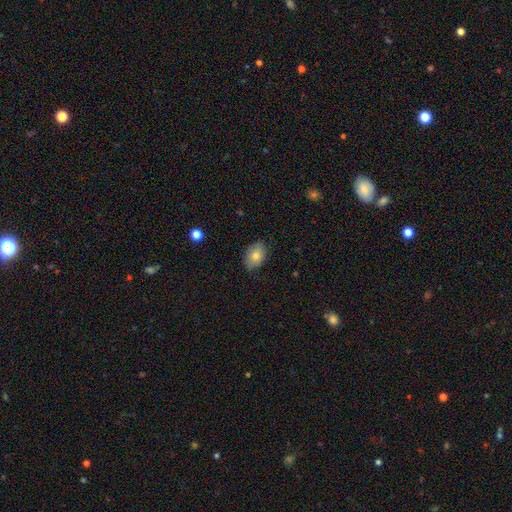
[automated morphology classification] Smooth or featured?
  - smooth: 77% *
  - featured or disk: 15%
  - star or artifact: 8%
How rounded?
  - in between: 85% *
  - round: 13%
  - cigar-shaped: 1%
Merging?
  - none: 82% *
  - minor disturbance: 15%
  - major disturbance: 3%
  - merger: 1%